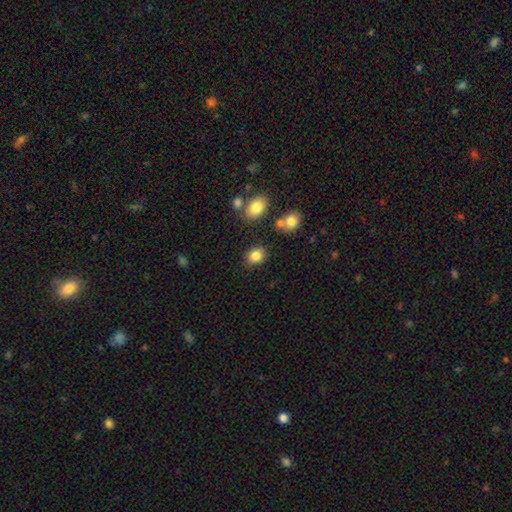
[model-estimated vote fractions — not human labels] A smooth galaxy with no disk features (85%) that is in between round and cigar-shaped (57%).

Vote fractions:
- Smooth or featured? smooth: 85% / star or artifact: 10% / featured or disk: 6%
- How rounded? in between: 57% / round: 42% / cigar-shaped: 1%
- Merging? none: 81% / minor disturbance: 11% / merger: 5% / major disturbance: 3%